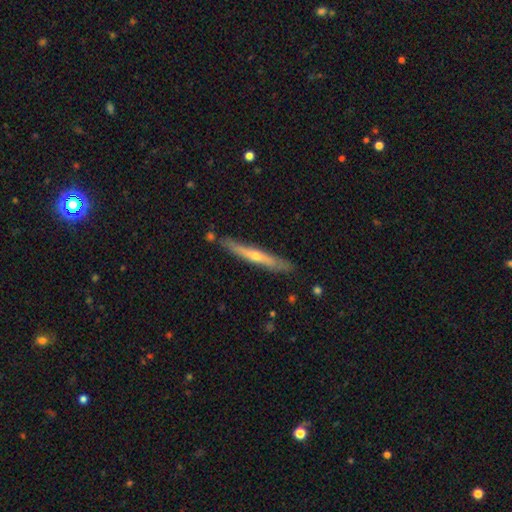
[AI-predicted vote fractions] Smooth or featured? Predicted: featured or disk (p=0.61). Edge-on disk? Predicted: yes (p=0.93). Edge-on bulge? Predicted: rounded (p=0.72). Merging? Predicted: none (p=0.82).